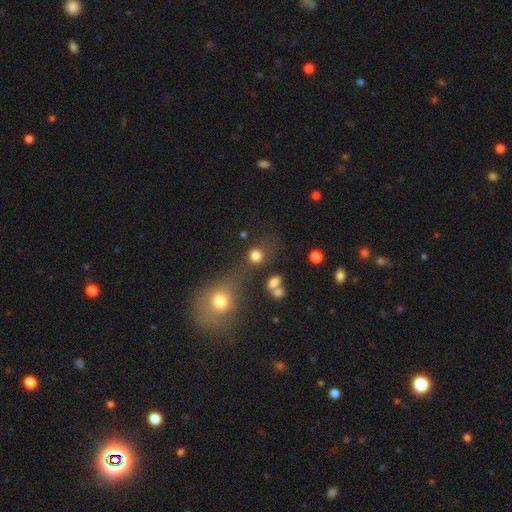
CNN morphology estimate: Q: Smooth or featured?
A: smooth (78%); runner-up: star or artifact (15%)
Q: How rounded?
A: round (80%); runner-up: in between (19%)
Q: Merging?
A: none (56%); runner-up: merger (20%)